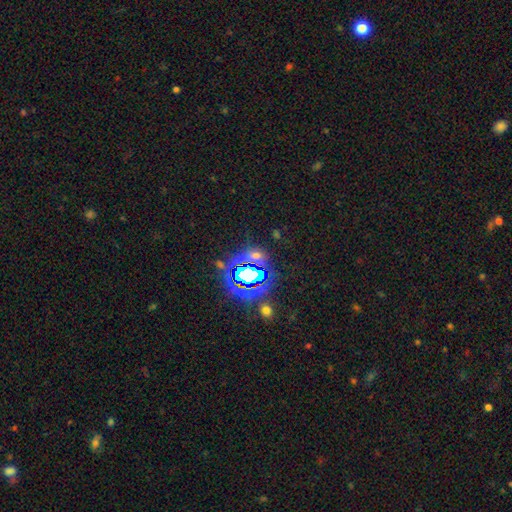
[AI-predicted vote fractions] A star or artifact, not a galaxy (64%).